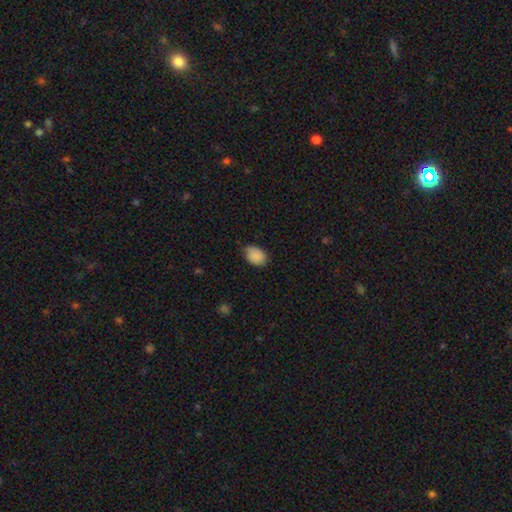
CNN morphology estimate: Q: Smooth or featured?
A: smooth (88%); runner-up: star or artifact (8%)
Q: How rounded?
A: in between (78%); runner-up: round (21%)
Q: Merging?
A: none (66%); runner-up: minor disturbance (28%)